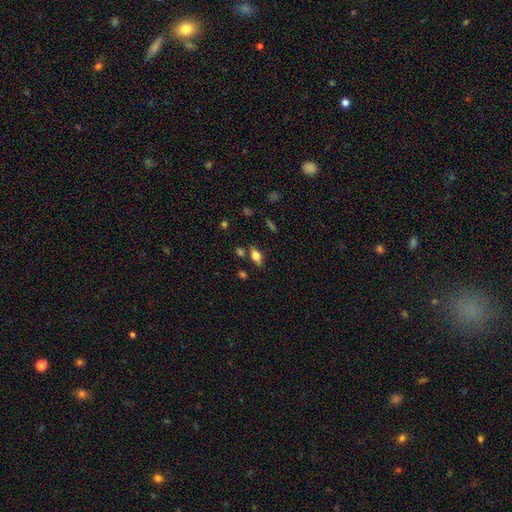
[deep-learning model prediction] Q: Smooth or featured?
A: smooth (69%); runner-up: featured or disk (21%)
Q: How rounded?
A: in between (85%); runner-up: cigar-shaped (9%)
Q: Merging?
A: none (77%); runner-up: minor disturbance (12%)